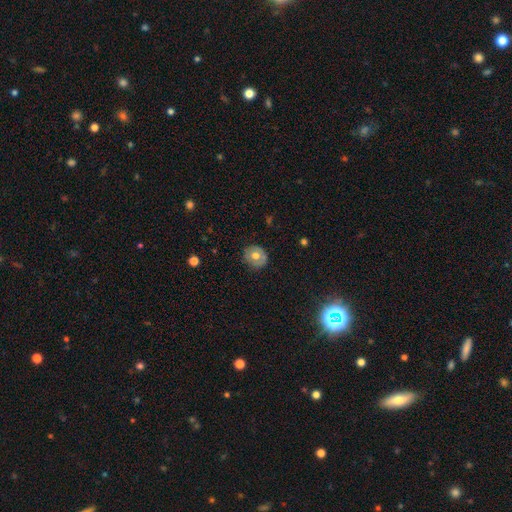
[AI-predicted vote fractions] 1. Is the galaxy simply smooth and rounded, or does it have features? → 58% smooth, 33% featured or disk, 8% star or artifact.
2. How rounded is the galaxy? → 82% round, 17% in between, 1% cigar-shaped.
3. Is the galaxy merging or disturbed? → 80% none, 15% minor disturbance, 3% major disturbance, 1% merger.